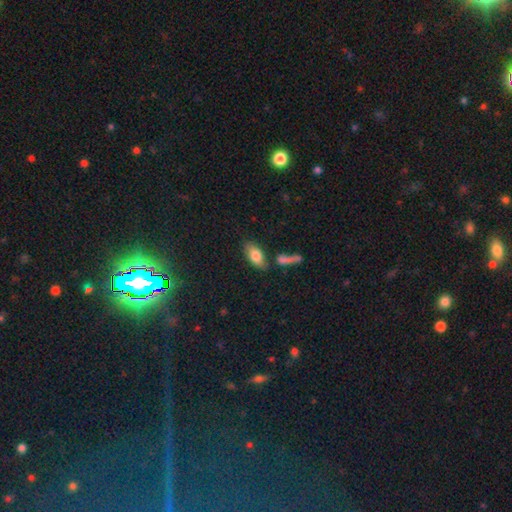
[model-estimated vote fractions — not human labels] smooth-or-featured: smooth: 77% | featured or disk: 15% | star or artifact: 8%
  how-rounded: in between: 88% | cigar-shaped: 8% | round: 4%
  merging: none: 72% | minor disturbance: 13% | merger: 11% | major disturbance: 4%